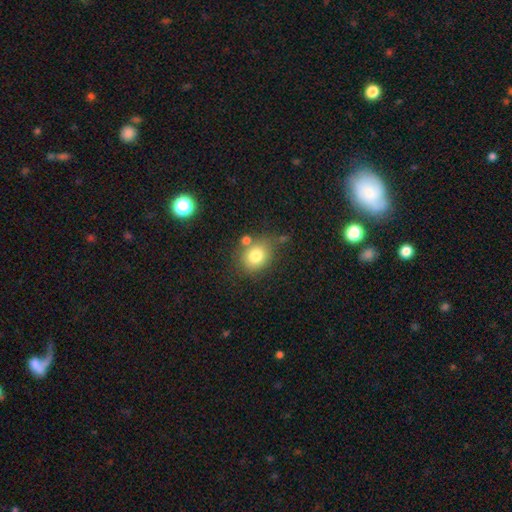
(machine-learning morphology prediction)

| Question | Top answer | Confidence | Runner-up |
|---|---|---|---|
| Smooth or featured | smooth | 79% | featured or disk (11%) |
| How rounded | round | 65% | in between (34%) |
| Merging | none | 64% | minor disturbance (17%) |